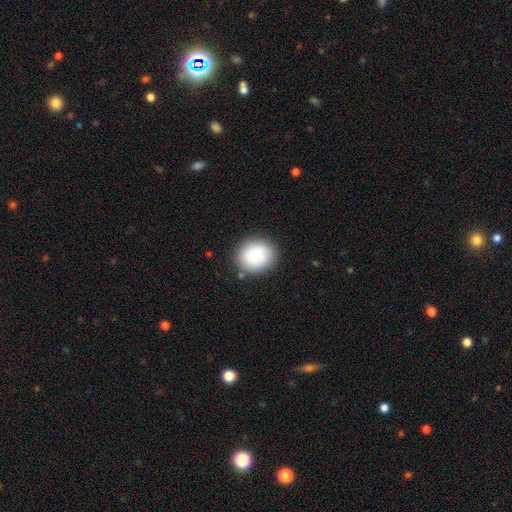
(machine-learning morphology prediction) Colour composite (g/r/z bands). It shows a smooth galaxy with no disk features (77%) that is round (82%). Merging: none (82%).